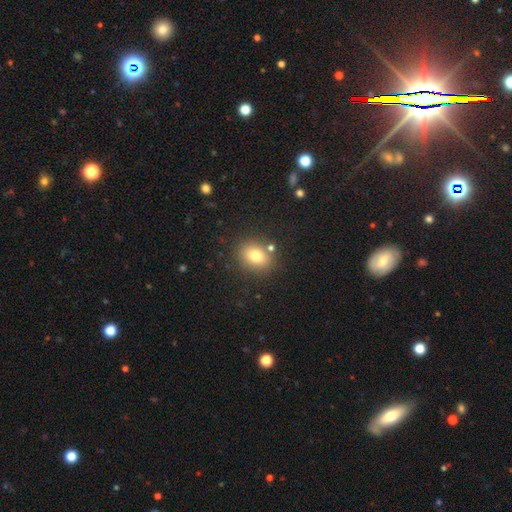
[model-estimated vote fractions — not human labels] Smooth or featured: smooth — 77% (star or artifact — 12%)
How rounded: round — 53% (in between — 46%)
Merging: none — 81% (minor disturbance — 10%)